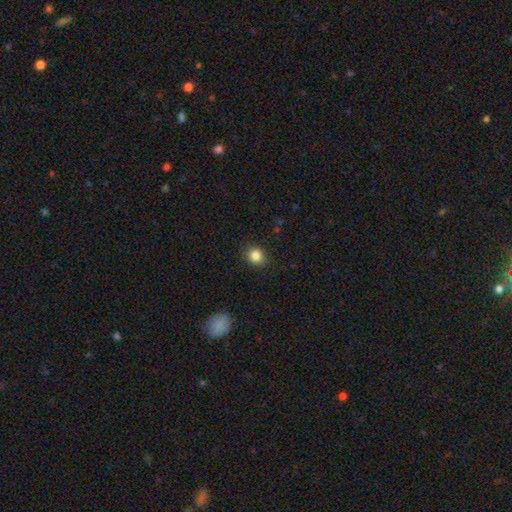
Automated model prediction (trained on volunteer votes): A smooth galaxy with no disk features (84%) that is round (83%). Merging: none (89%).